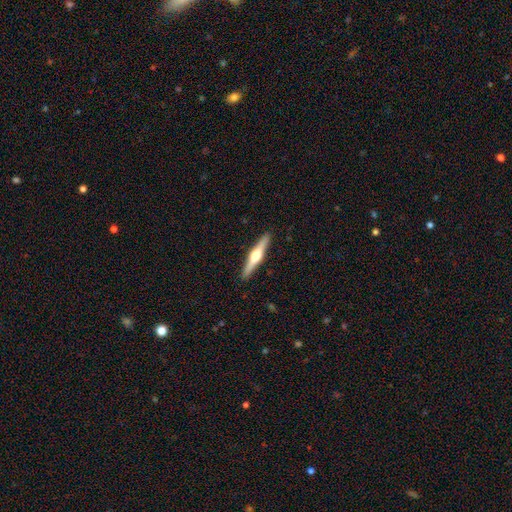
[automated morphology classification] A featured or disk galaxy (69%) viewed edge-on (98%) with a rounded central bulge (93%). Merging: none (92%).